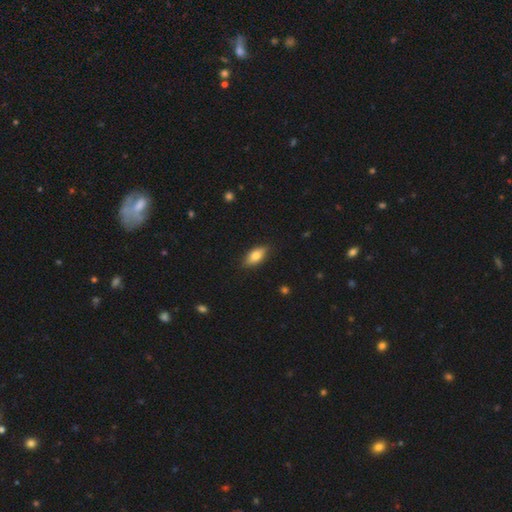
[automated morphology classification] type=smooth (77%); roundness=in between (85%); merging=none (84%).